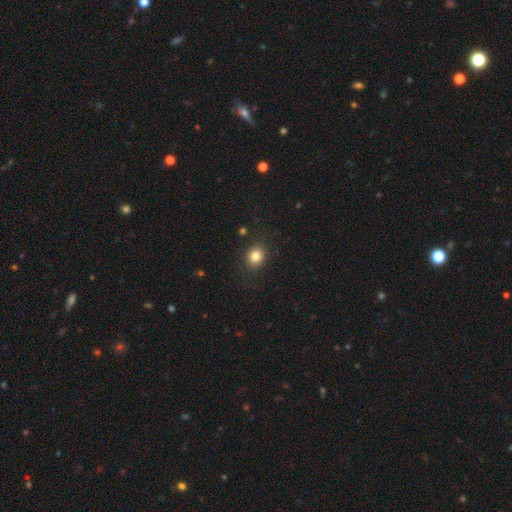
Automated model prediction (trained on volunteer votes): smooth_or_featured: smooth (p=0.82) [alt: star or artifact p=0.11]
how_rounded: round (p=0.70) [alt: in between p=0.29]
merging: none (p=0.86) [alt: minor disturbance p=0.09]